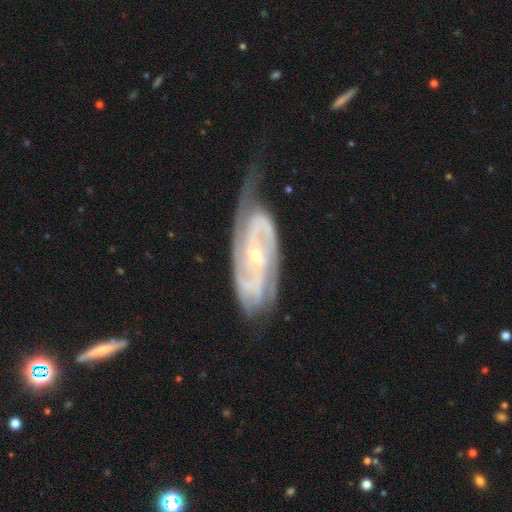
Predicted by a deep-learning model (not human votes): Overall: featured or disk (90%). Edge-on disk: no (94%). Bar: no (44%; weak 33%). Spiral arms: yes (97%). Spiral arm count: 2 (50%; can't tell 17%). Spiral winding: tight (56%; medium 34%). Bulge size: small (67%; moderate 30%). Merging: none (52%; minor disturbance 29%).